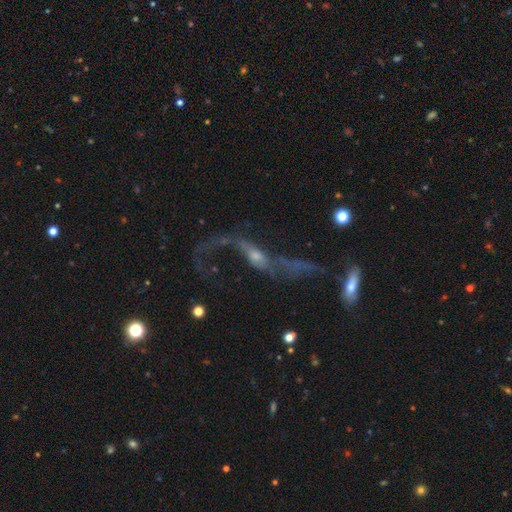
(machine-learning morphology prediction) A featured or disk galaxy (68%). Merging: major disturbance (47%).